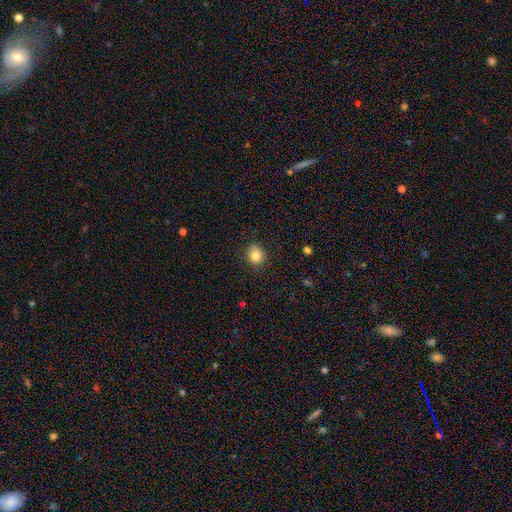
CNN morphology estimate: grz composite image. It shows a smooth galaxy with no disk features (83%) that is round (73%). Merging: none (85%).